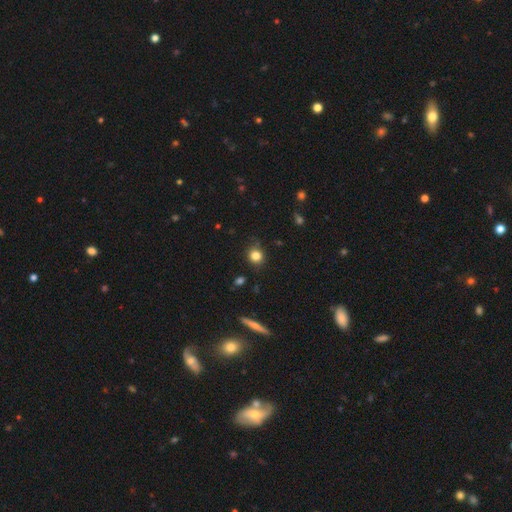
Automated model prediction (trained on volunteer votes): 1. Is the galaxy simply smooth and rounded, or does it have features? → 82% smooth, 11% star or artifact, 7% featured or disk.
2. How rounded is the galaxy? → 82% round, 17% in between, 1% cigar-shaped.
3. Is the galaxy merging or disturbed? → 81% none, 14% minor disturbance, 3% major disturbance, 2% merger.